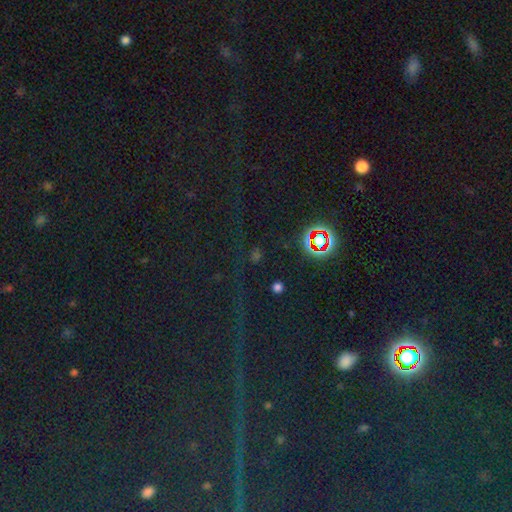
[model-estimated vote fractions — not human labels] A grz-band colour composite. It shows a star or artifact, not a galaxy (78%).